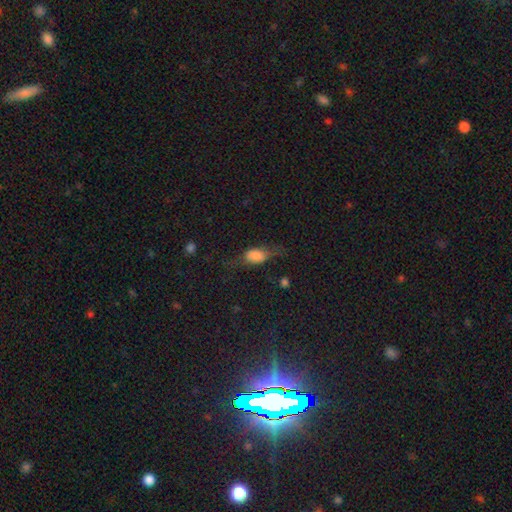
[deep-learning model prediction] A smooth galaxy with no disk features (71%) that is in between round and cigar-shaped (84%). Merging: none (37%).